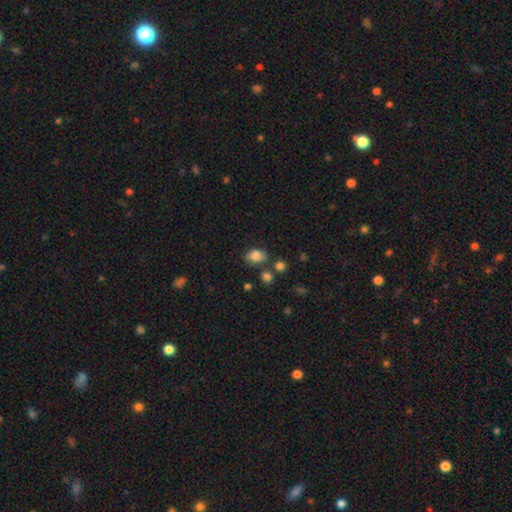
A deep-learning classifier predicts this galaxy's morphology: This is clearly a smooth galaxy (82%). How rounded: likely in between (71%). Merging: likely none (66%).